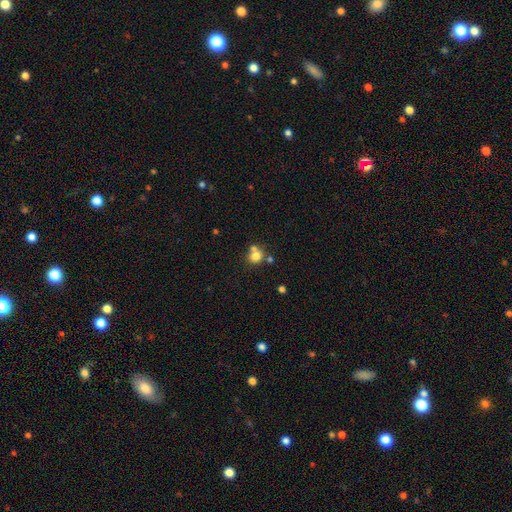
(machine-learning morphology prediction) type=smooth (76%); roundness=round (83%); merging=none (50%).